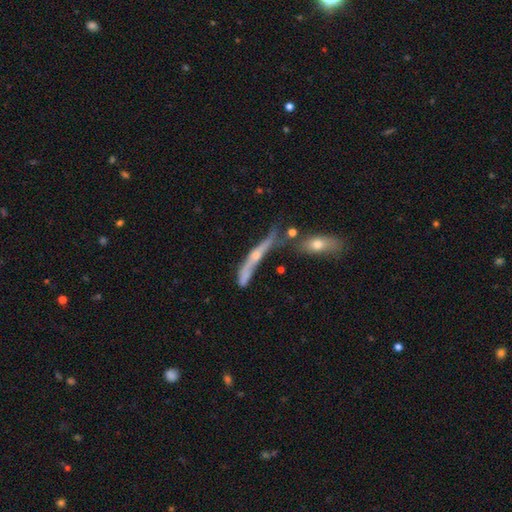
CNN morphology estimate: This is likely a featured or disk galaxy (64%). It is clearly viewed edge-on (84%). Edge-on bulge: likely rounded (73%). Merging: marginally none (44%).